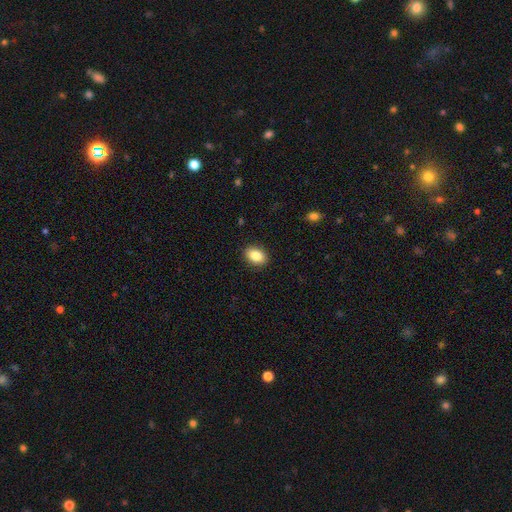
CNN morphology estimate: Smooth or featured: smooth — 85% (star or artifact — 8%)
How rounded: in between — 78% (round — 21%)
Merging: none — 90% (minor disturbance — 7%)